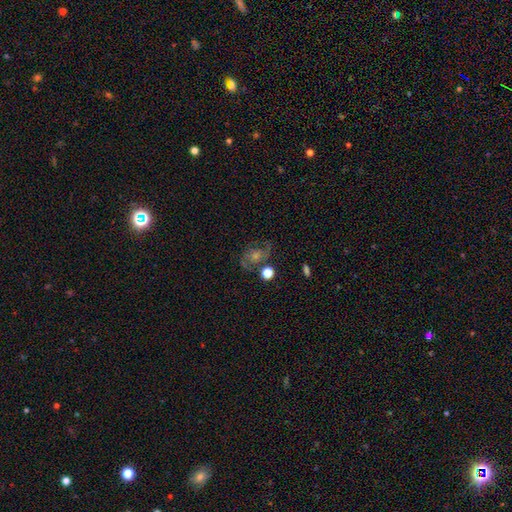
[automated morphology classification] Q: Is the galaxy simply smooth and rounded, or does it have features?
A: featured or disk — 66%.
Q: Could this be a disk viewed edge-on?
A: no — 97%.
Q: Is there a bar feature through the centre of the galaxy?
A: no — 66%.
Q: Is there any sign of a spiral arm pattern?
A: yes — 91%.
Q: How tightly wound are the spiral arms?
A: medium — 53%.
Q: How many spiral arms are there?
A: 2 — 81%.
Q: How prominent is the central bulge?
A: moderate — 48%.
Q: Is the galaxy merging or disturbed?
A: none — 73%.